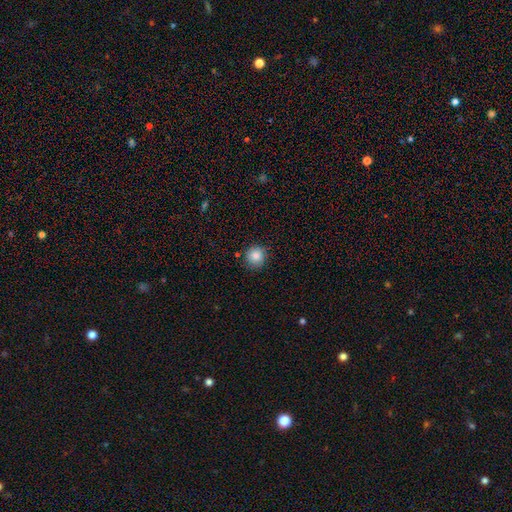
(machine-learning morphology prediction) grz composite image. It shows a smooth galaxy with no disk features (85%) that is round (93%). Merging: none (86%).